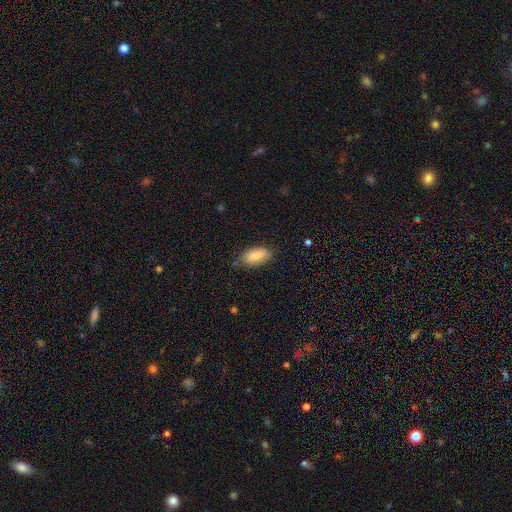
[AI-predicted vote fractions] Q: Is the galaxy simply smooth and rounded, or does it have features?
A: smooth — 83%.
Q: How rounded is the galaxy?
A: in between — 89%.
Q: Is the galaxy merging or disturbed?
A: none — 68%.